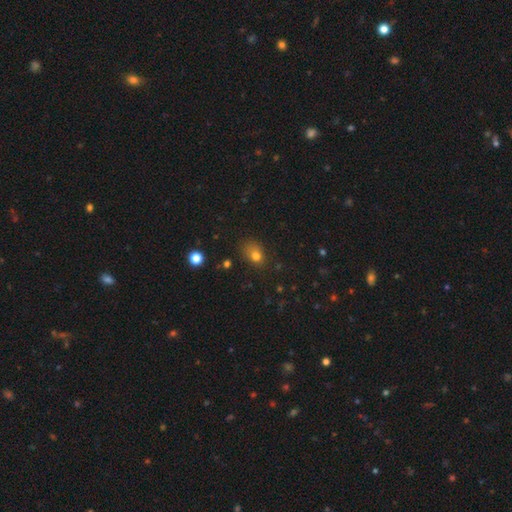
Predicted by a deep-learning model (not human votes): A smooth galaxy with no disk features (76%) that is in between round and cigar-shaped (57%).

Vote fractions:
- Smooth or featured? smooth: 76% / star or artifact: 15% / featured or disk: 8%
- How rounded? in between: 57% / round: 42% / cigar-shaped: 1%
- Merging? none: 61% / minor disturbance: 25% / major disturbance: 10% / merger: 4%